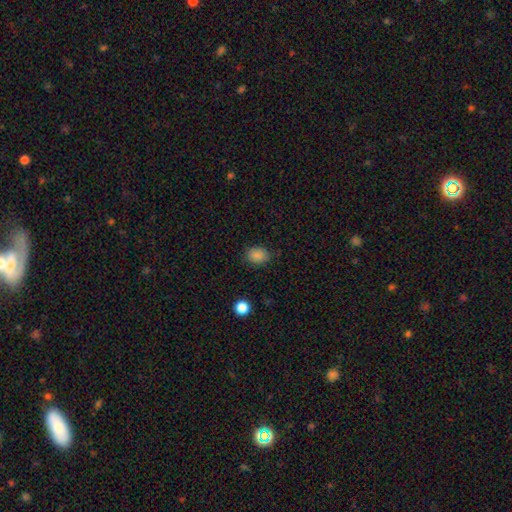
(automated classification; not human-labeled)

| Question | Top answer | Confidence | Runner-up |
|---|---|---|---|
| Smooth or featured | smooth | 85% | star or artifact (11%) |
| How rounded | in between | 60% | round (39%) |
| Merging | none | 83% | minor disturbance (13%) |